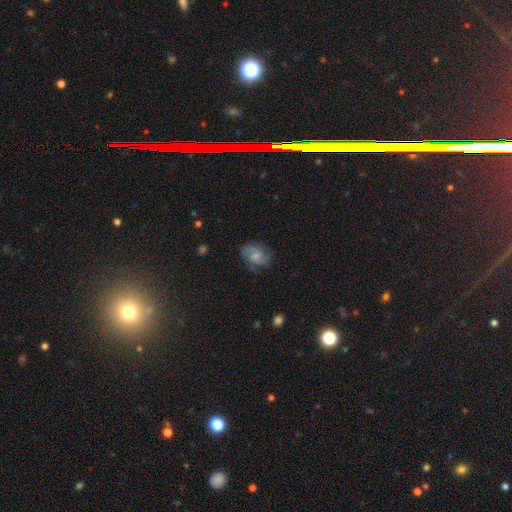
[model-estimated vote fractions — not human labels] This appears to be a smooth galaxy with no disk features (47%). Merging: none (63%).